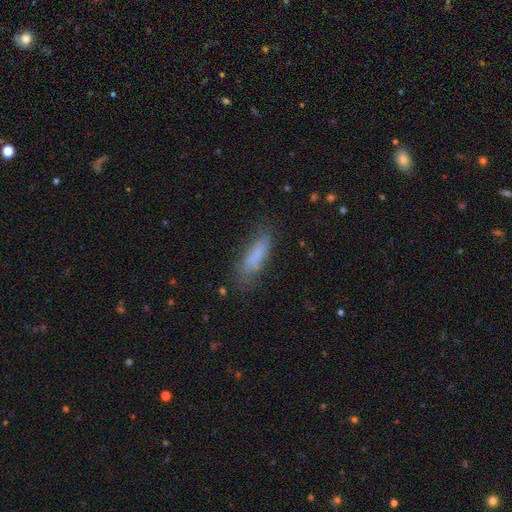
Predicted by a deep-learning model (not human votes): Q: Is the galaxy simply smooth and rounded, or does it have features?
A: smooth — 78%.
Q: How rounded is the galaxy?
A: cigar-shaped — 54%.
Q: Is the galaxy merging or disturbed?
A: none — 68%.